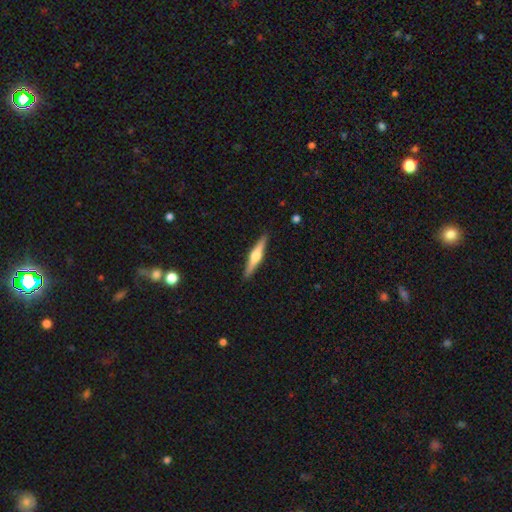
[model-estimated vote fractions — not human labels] This is likely a featured or disk galaxy (64%). It is clearly viewed edge-on (97%). Edge-on bulge: clearly rounded (93%). Merging: clearly none (91%).